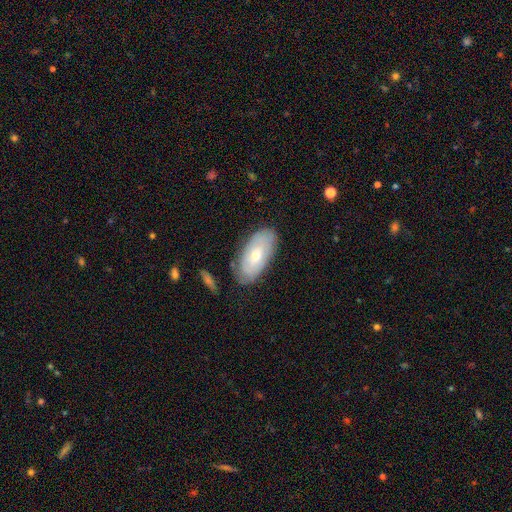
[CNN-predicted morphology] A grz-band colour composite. It shows a smooth galaxy with no disk features (51%) that is in between round and cigar-shaped (92%). Merging: none (79%).